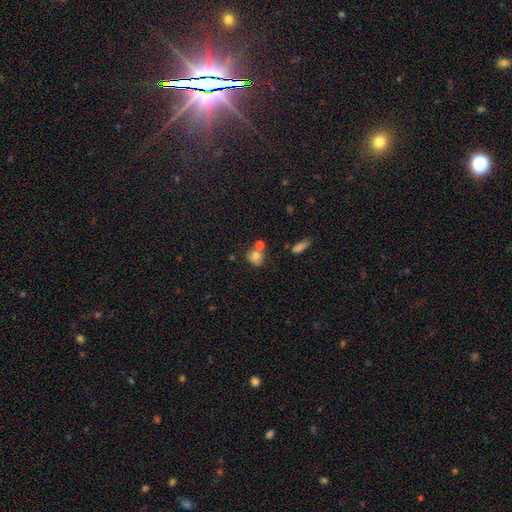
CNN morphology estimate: smooth_or_featured: smooth (p=0.73) [alt: featured or disk p=0.16]
how_rounded: round (p=0.61) [alt: in between p=0.38]
merging: none (p=0.45) [alt: merger p=0.33]